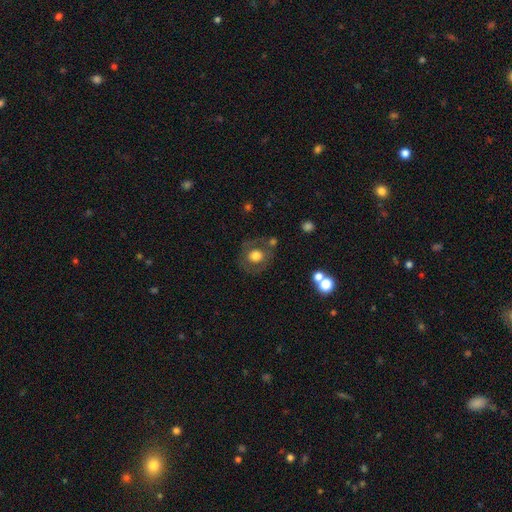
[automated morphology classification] Overall: smooth (60%; featured or disk 31%). How rounded: round (77%). Merging: none (72%).